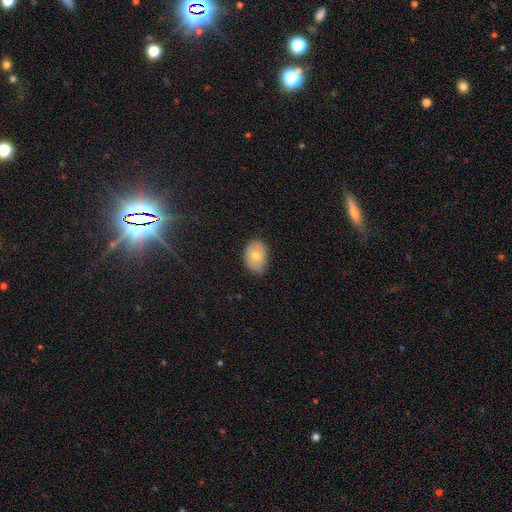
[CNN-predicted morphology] This is likely a smooth galaxy (70%). How rounded: likely in between (76%). Merging: likely none (71%).